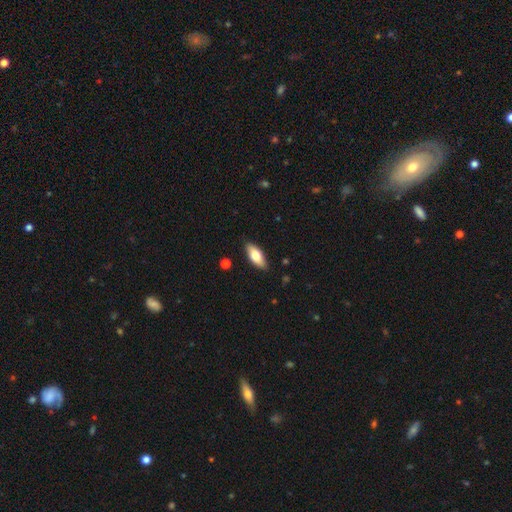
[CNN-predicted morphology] Smooth or featured: smooth — 70% (featured or disk — 24%)
How rounded: in between — 80% (cigar-shaped — 17%)
Merging: none — 87% (minor disturbance — 10%)